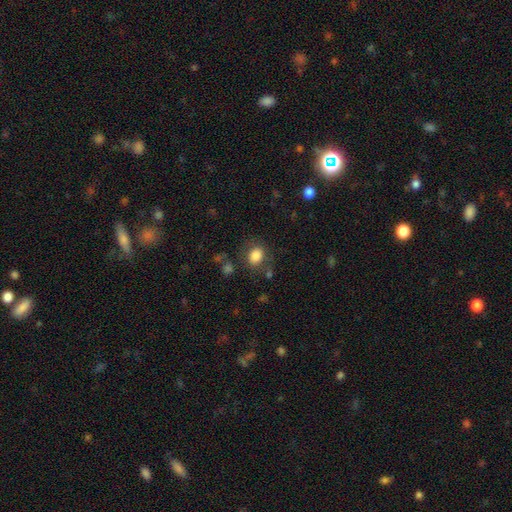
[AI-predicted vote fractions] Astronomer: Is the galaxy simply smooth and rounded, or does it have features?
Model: smooth — 83%.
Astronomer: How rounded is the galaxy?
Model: in between — 53% (runner-up: round, 46%).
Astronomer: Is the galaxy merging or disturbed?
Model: none — 74%.